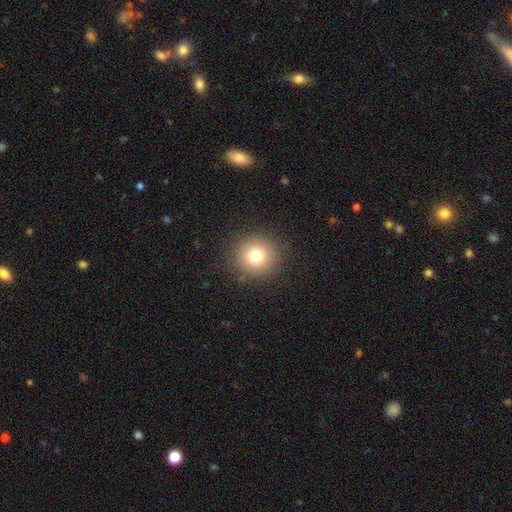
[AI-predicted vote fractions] Overall: smooth (77%). How rounded: round (94%). Merging: none (90%).